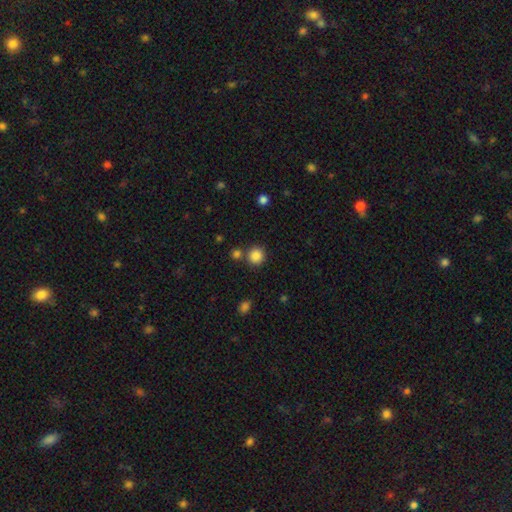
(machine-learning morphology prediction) A smooth galaxy with no disk features (85%) that is round (92%). Merging: none (78%).